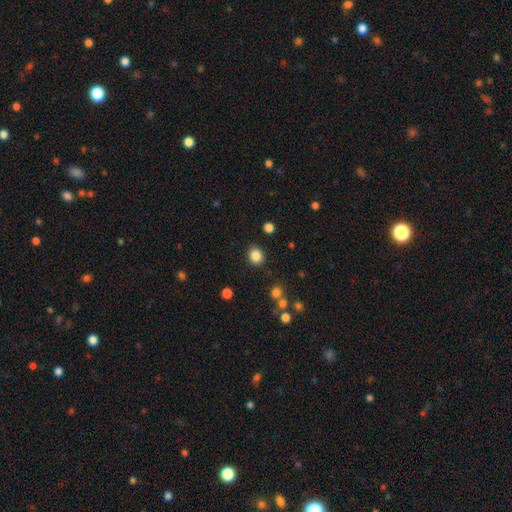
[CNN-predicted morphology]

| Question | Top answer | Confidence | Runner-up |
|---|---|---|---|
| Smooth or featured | smooth | 85% | star or artifact (11%) |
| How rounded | round | 65% | in between (34%) |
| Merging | none | 87% | minor disturbance (8%) |